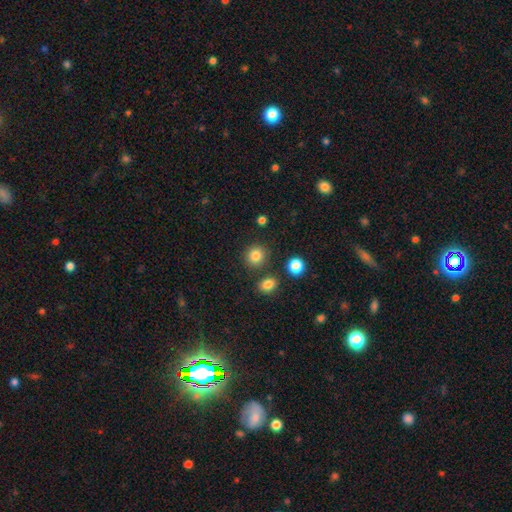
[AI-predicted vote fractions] smooth 83%, star or artifact 12%, featured or disk 5%. Down the decision tree: how rounded — round (89%); merging — none (85%).